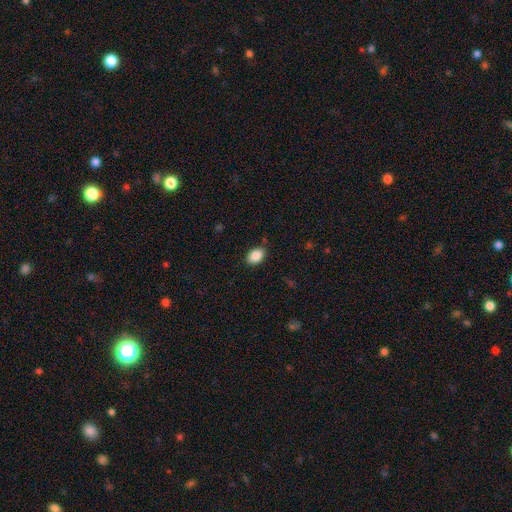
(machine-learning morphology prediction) Smooth or featured: smooth — 88% (star or artifact — 8%)
How rounded: in between — 84% (round — 15%)
Merging: none — 84% (minor disturbance — 12%)